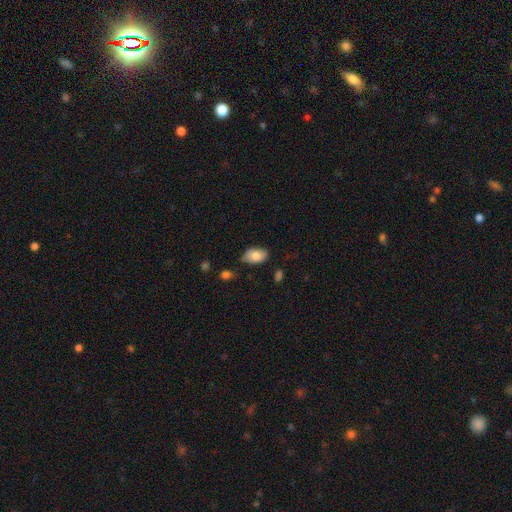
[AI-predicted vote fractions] Smooth or featured?
  - smooth: 78% *
  - featured or disk: 15%
  - star or artifact: 7%
How rounded?
  - in between: 91% *
  - round: 8%
  - cigar-shaped: 1%
Merging?
  - none: 72% *
  - minor disturbance: 22%
  - major disturbance: 4%
  - merger: 2%